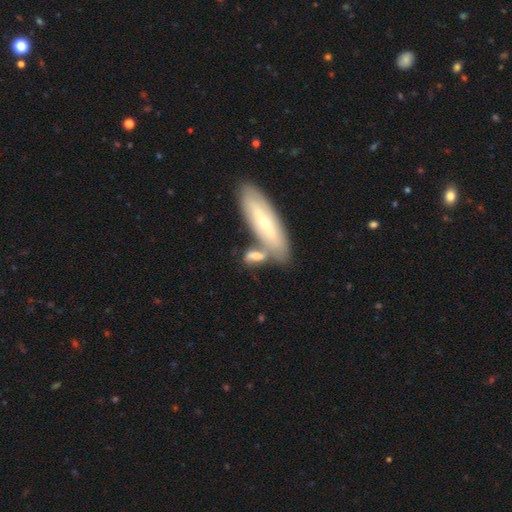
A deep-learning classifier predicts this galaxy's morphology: Smooth or featured? smooth (59%)
How rounded? in between (58%)
Merging? merger (43%)